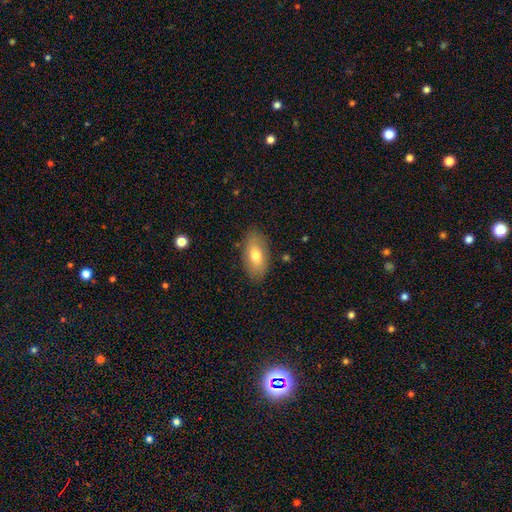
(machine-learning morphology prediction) Smooth or featured: smooth — 69% (featured or disk — 24%)
How rounded: in between — 91% (cigar-shaped — 5%)
Merging: none — 83% (minor disturbance — 13%)